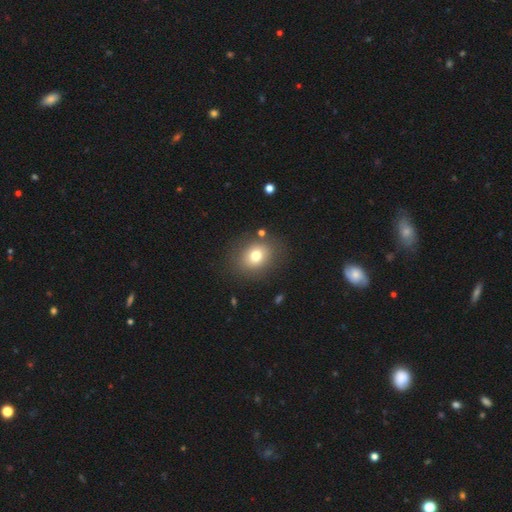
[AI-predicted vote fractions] Q: Smooth or featured?
A: smooth (75%); runner-up: featured or disk (13%)
Q: How rounded?
A: round (53%); runner-up: in between (46%)
Q: Merging?
A: none (82%); runner-up: minor disturbance (11%)